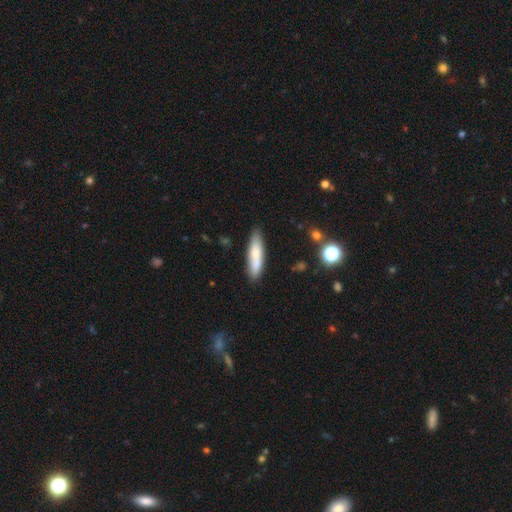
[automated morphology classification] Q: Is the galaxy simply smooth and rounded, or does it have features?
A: smooth — 72%.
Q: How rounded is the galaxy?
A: cigar-shaped — 74%.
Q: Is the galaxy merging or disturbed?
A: none — 76%.